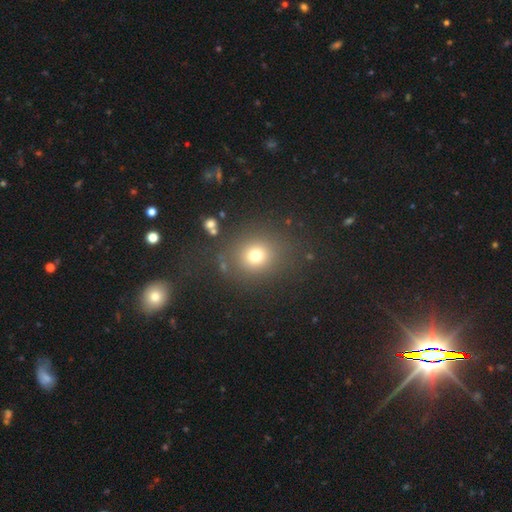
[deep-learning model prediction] Smooth or featured? Predicted: smooth (p=0.72). How rounded? Predicted: round (p=0.80). Merging? Predicted: none (p=0.81).